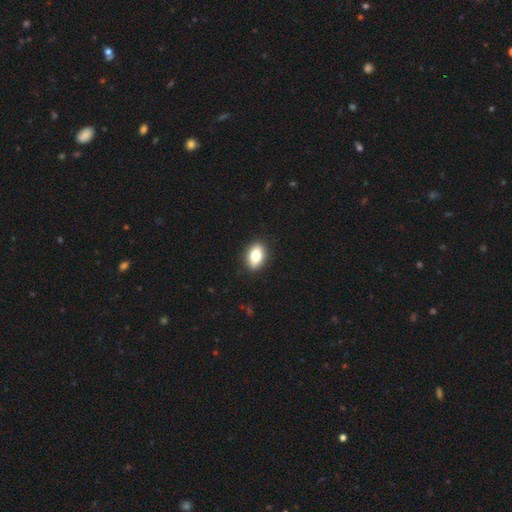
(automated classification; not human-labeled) smooth-or-featured: smooth: 77% | featured or disk: 15% | star or artifact: 8%
  how-rounded: in between: 83% | round: 14% | cigar-shaped: 3%
  merging: none: 90% | minor disturbance: 8% | major disturbance: 2% | merger: 1%